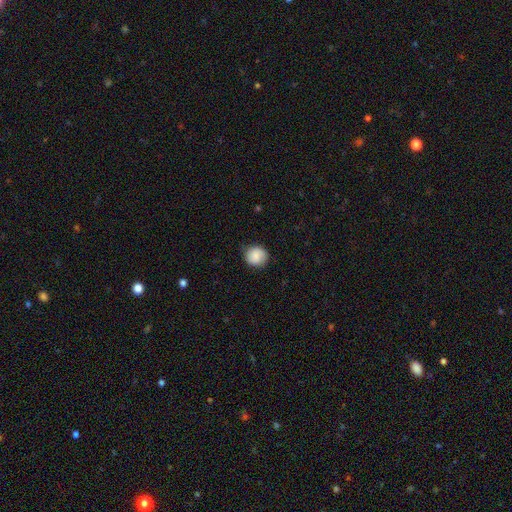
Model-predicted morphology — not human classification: Smooth or featured: smooth — 82% (featured or disk — 11%)
How rounded: round — 86% (in between — 13%)
Merging: none — 80% (minor disturbance — 15%)